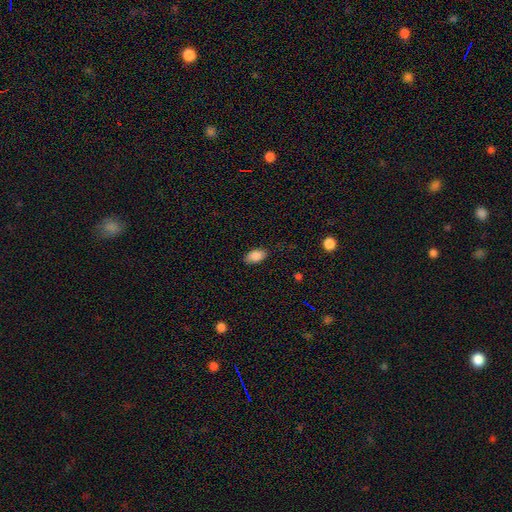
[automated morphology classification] smooth-or-featured: smooth: 87% | star or artifact: 8% | featured or disk: 5%
  how-rounded: in between: 92% | round: 6% | cigar-shaped: 2%
  merging: none: 83% | minor disturbance: 13% | major disturbance: 3% | merger: 1%